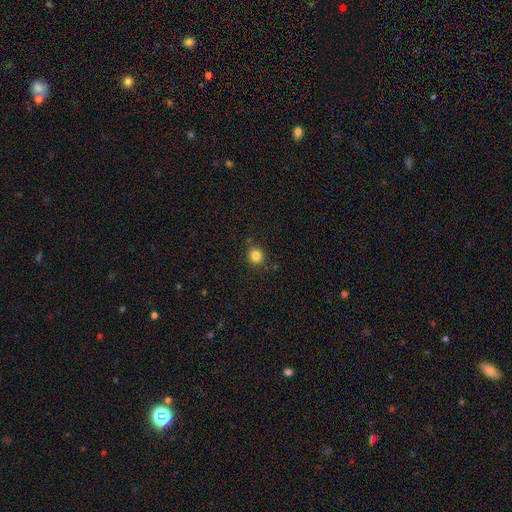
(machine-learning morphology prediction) smooth_or_featured: smooth (p=0.84) [alt: star or artifact p=0.12]
how_rounded: round (p=0.85) [alt: in between p=0.14]
merging: none (p=0.85) [alt: minor disturbance p=0.09]